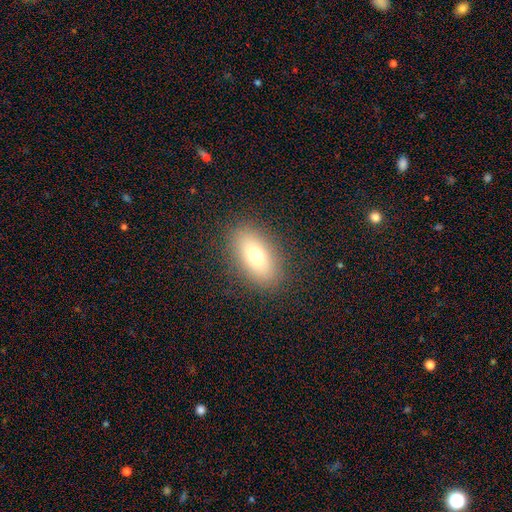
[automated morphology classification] smooth_or_featured: smooth (p=0.74) [alt: featured or disk p=0.17]
how_rounded: in between (p=0.85) [alt: cigar-shaped p=0.08]
merging: none (p=0.88) [alt: minor disturbance p=0.08]